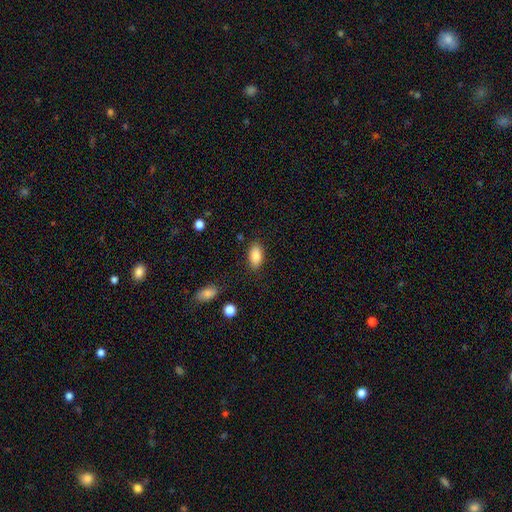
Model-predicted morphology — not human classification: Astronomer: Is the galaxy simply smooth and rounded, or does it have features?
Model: smooth — 87%.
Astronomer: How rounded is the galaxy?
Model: in between — 92%.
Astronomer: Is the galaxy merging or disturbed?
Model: none — 85%.